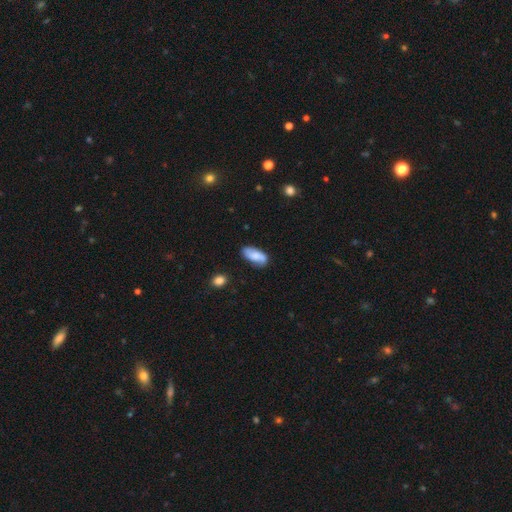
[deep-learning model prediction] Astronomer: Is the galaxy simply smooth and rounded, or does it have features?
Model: smooth — 58% (runner-up: featured or disk, 34%).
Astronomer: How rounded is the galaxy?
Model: in between — 87%.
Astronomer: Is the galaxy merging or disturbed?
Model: none — 73%.